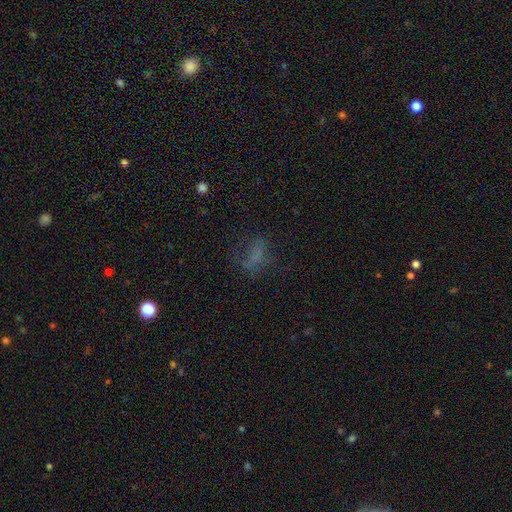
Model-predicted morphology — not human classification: This appears to be a smooth galaxy with no disk features (49%). Merging: none (48%).